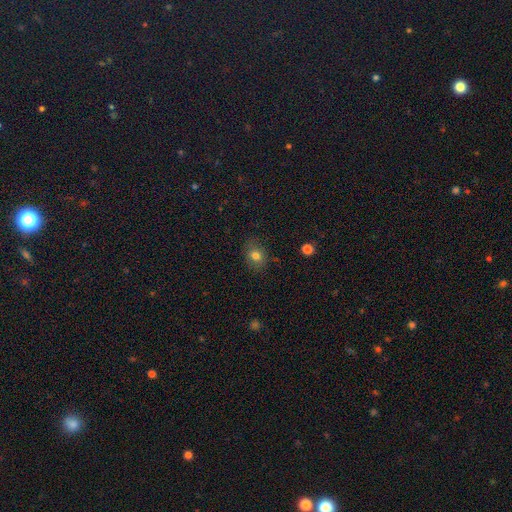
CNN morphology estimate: This is likely a smooth galaxy (78%). How rounded: possibly in between (51%). Merging: clearly none (80%).